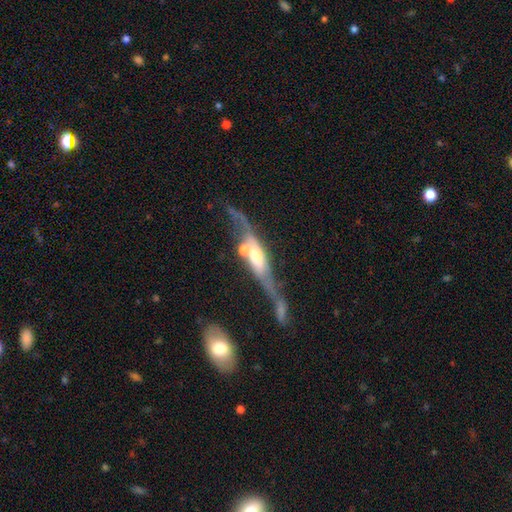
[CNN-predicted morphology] smooth-or-featured: featured or disk: 77% | smooth: 16% | star or artifact: 7%
  disk-edge-on: yes: 65% | no: 35%
    edge-on-bulge: rounded: 75% | boxy: 18% | none: 7%
  merging: none: 35% | merger: 29% | minor disturbance: 19% | major disturbance: 18%